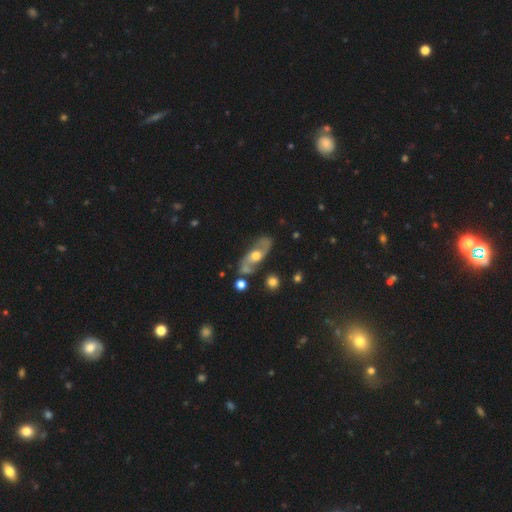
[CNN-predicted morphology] Q: Smooth or featured?
A: featured or disk (72%); runner-up: smooth (22%)
Q: Edge-on disk?
A: no (83%); runner-up: yes (17%)
Q: Bar?
A: no (66%); runner-up: weak (27%)
Q: Spiral arms?
A: yes (83%); runner-up: no (17%)
Q: Bulge size?
A: moderate (70%); runner-up: large (16%)
Q: Merging?
A: none (70%); runner-up: minor disturbance (17%)